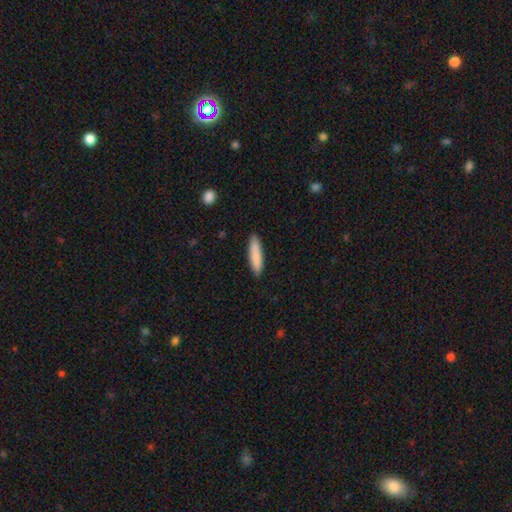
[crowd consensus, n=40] smooth-or-featured: smooth: 88% | featured or disk: 10% | star or artifact: 2%
  how-rounded: cigar-shaped: 86% | in between: 14% | round: 0%
  merging: none: 87% | minor disturbance: 8% | major disturbance: 3% | merger: 3%